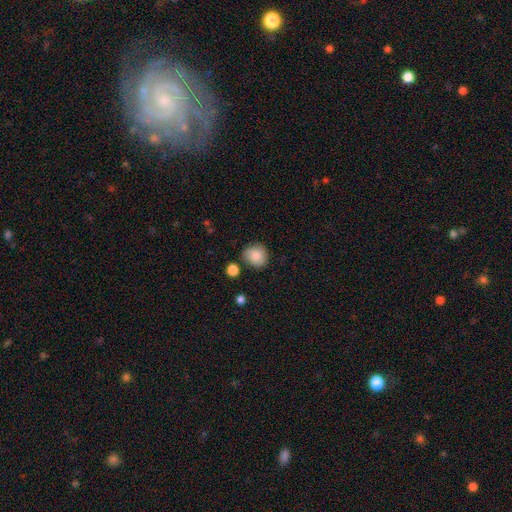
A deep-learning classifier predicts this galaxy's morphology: This is clearly a smooth galaxy (84%). How rounded: clearly round (83%). Merging: likely none (77%).